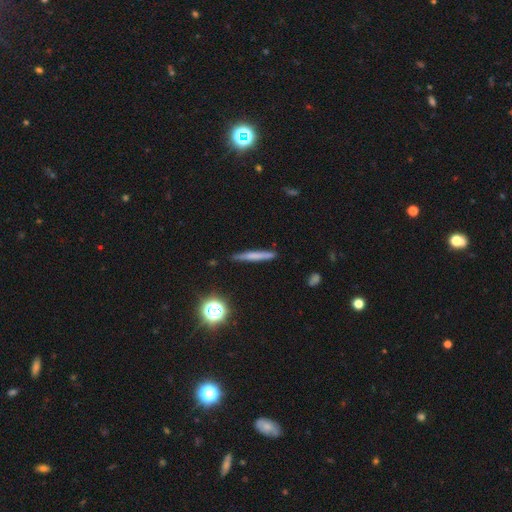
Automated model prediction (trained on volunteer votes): Q: Smooth or featured?
A: smooth (59%); runner-up: featured or disk (31%)
Q: How rounded?
A: cigar-shaped (94%); runner-up: in between (4%)
Q: Merging?
A: none (86%); runner-up: minor disturbance (10%)